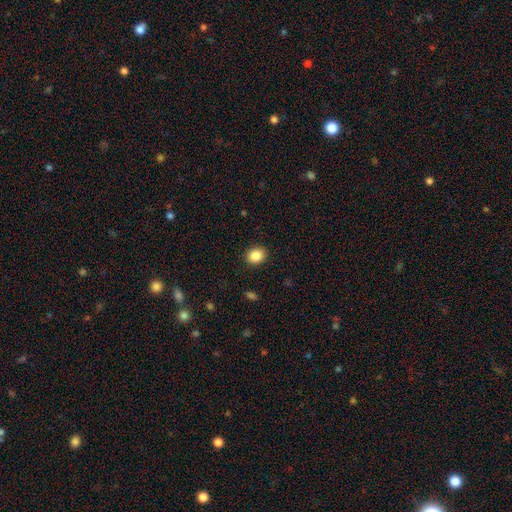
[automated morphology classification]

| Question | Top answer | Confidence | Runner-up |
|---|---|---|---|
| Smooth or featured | smooth | 86% | star or artifact (9%) |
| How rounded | round | 62% | in between (37%) |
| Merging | none | 90% | minor disturbance (7%) |